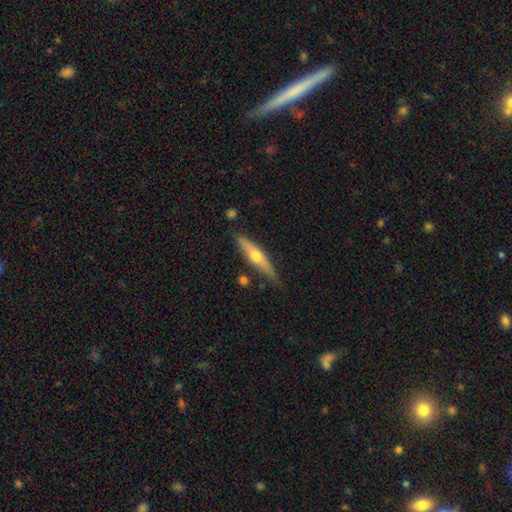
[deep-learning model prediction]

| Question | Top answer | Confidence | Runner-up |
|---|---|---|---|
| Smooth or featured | featured or disk | 58% | smooth (37%) |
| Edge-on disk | yes | 92% | no (8%) |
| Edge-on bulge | rounded | 92% | none (6%) |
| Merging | none | 78% | minor disturbance (16%) |